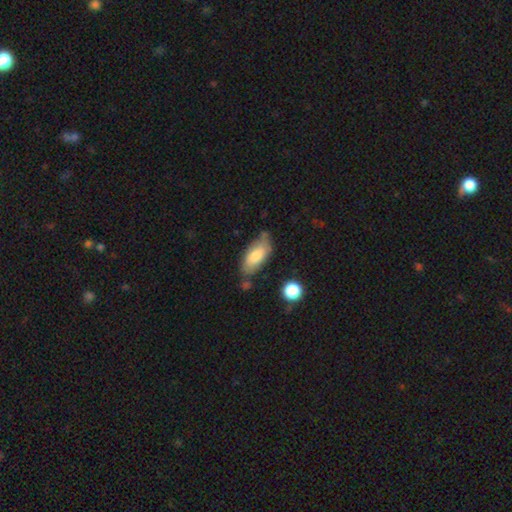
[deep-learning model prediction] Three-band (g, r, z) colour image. It shows a smooth galaxy with no disk features (76%) that is in between round and cigar-shaped (85%). Merging: none (62%).